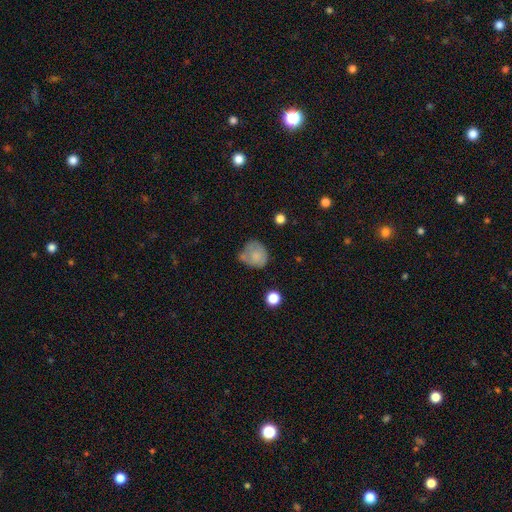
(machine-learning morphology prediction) smooth_or_featured: smooth (p=0.68) [alt: featured or disk p=0.23]
how_rounded: round (p=0.71) [alt: in between p=0.28]
merging: none (p=0.42) [alt: minor disturbance p=0.34]